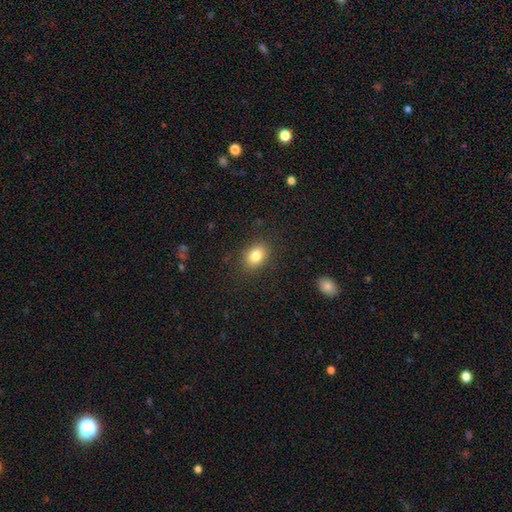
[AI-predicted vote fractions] This is clearly a smooth galaxy (82%). How rounded: likely in between (68%). Merging: clearly none (86%).